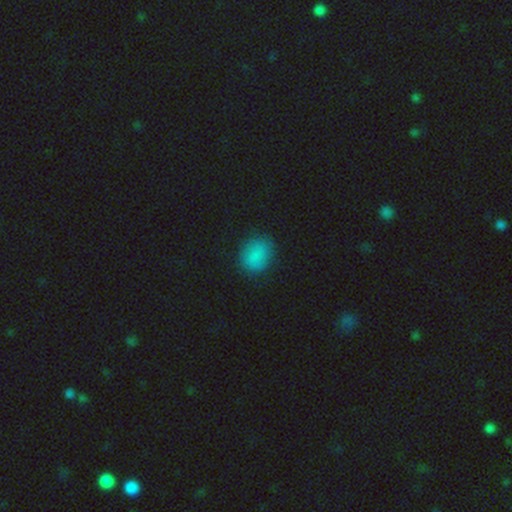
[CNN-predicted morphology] A smooth galaxy with no disk features (81%) that is round (60%).

Vote fractions:
- Smooth or featured? smooth: 81% / star or artifact: 11% / featured or disk: 9%
- How rounded? round: 60% / in between: 39% / cigar-shaped: 1%
- Merging? none: 81% / minor disturbance: 15% / major disturbance: 4% / merger: 1%